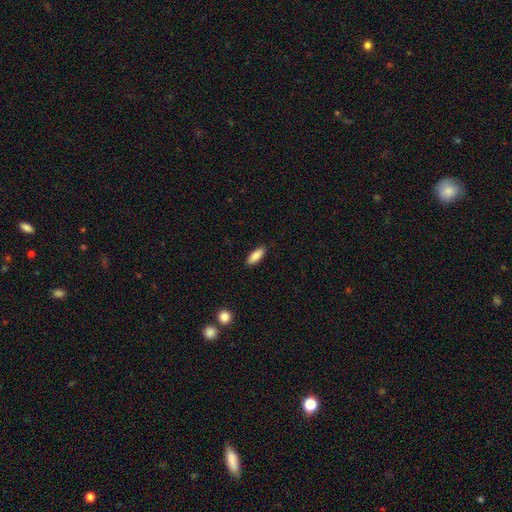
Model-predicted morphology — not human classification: type=smooth (87%); roundness=in between (72%); merging=none (88%).